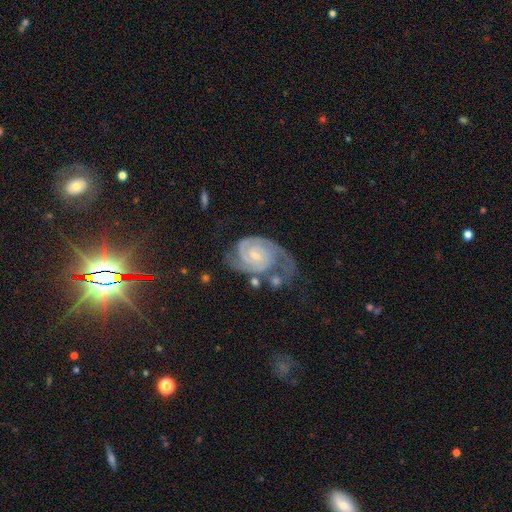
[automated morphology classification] Smooth or featured?
  - featured or disk: 88% *
  - smooth: 6%
  - star or artifact: 5%
Edge-on disk?
  - no: 98% *
  - yes: 2%
Bar?
  - no: 55% *
  - weak: 37%
  - strong: 8%
Spiral arms?
  - yes: 98% *
  - no: 2%
Spiral winding?
  - tight: 62% *
  - medium: 31%
  - loose: 7%
Spiral arm count?
  - 2: 72% *
  - can't tell: 10%
  - 3: 9%
  - 1: 5%
  - 4: 3%
  - more than 4: 2%
Bulge size?
  - small: 67% *
  - moderate: 24%
  - none: 6%
  - large: 2%
  - dominant: 1%
Merging?
  - none: 46% *
  - minor disturbance: 22%
  - major disturbance: 22%
  - merger: 10%